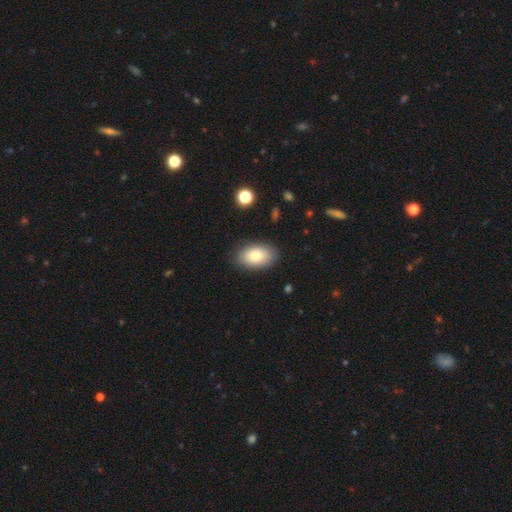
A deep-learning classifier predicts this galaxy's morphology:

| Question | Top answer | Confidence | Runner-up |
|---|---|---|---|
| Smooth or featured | smooth | 80% | featured or disk (13%) |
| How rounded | in between | 92% | round (6%) |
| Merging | none | 87% | minor disturbance (10%) |